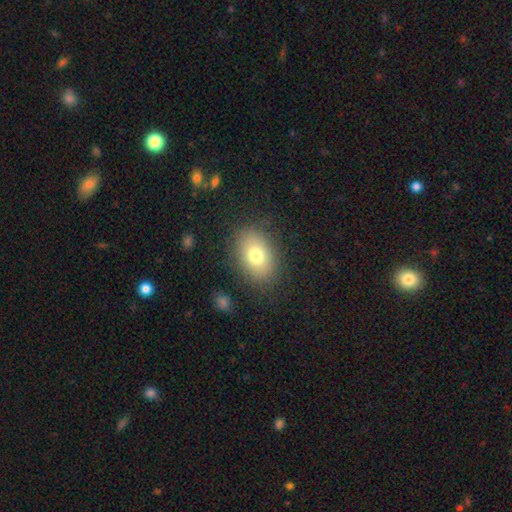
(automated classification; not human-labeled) This is likely a smooth galaxy (76%). How rounded: likely in between (79%). Merging: clearly none (83%).